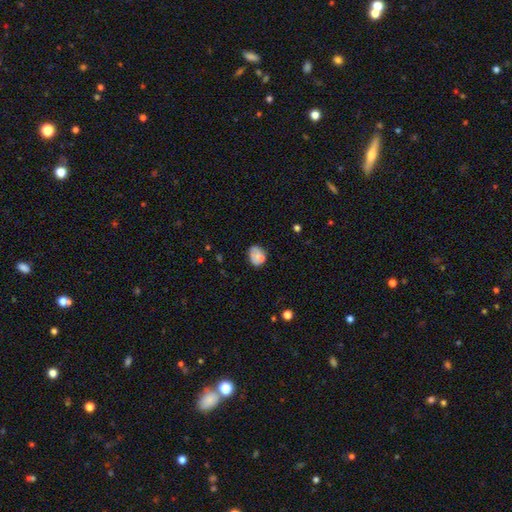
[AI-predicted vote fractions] The model was most divided on "how rounded": in between: 64%, round: 35%, cigar-shaped: 1%. More confident: smooth or featured — smooth (71%); merging — none (58%).